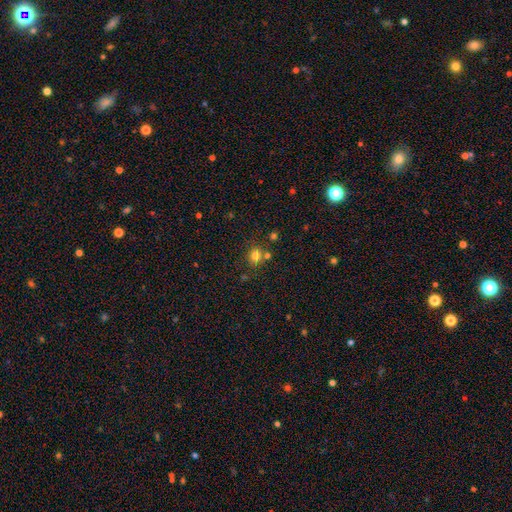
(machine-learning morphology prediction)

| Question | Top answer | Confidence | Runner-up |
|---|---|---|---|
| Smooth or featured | smooth | 77% | star or artifact (16%) |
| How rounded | round | 67% | in between (33%) |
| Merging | none | 69% | merger (16%) |